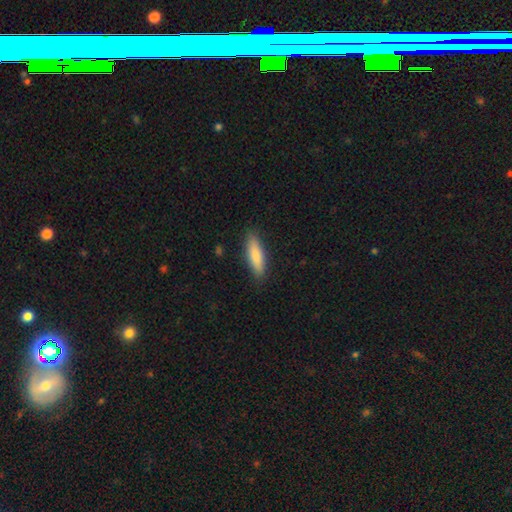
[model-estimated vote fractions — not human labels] smooth_or_featured: smooth (p=0.85) [alt: featured or disk p=0.10]
how_rounded: cigar-shaped (p=0.62) [alt: in between p=0.36]
merging: none (p=0.88) [alt: minor disturbance p=0.09]